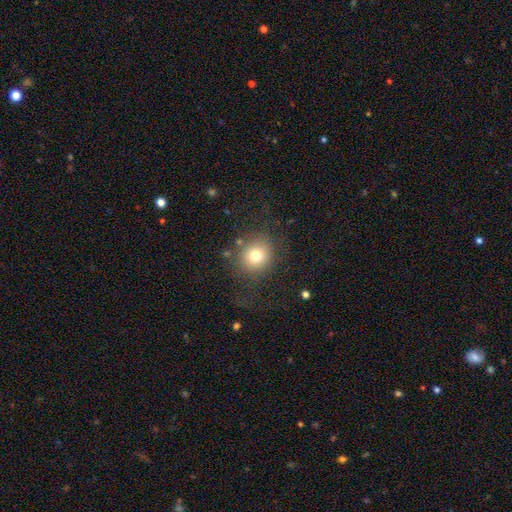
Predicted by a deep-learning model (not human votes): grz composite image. It shows a smooth galaxy with no disk features (76%) that is round (82%). Merging: none (78%).